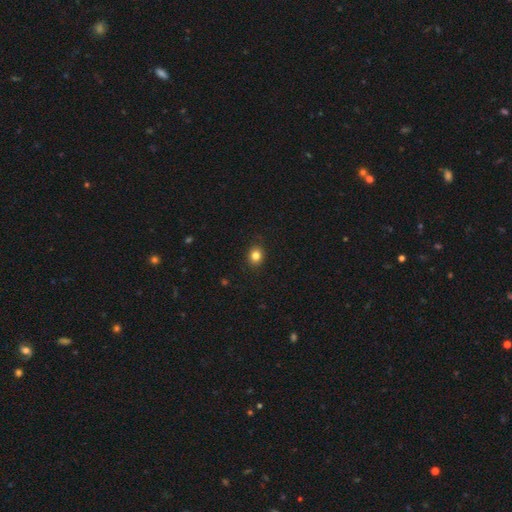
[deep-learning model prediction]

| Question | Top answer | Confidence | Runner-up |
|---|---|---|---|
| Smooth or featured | smooth | 83% | star or artifact (11%) |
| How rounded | round | 67% | in between (32%) |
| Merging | none | 90% | minor disturbance (7%) |